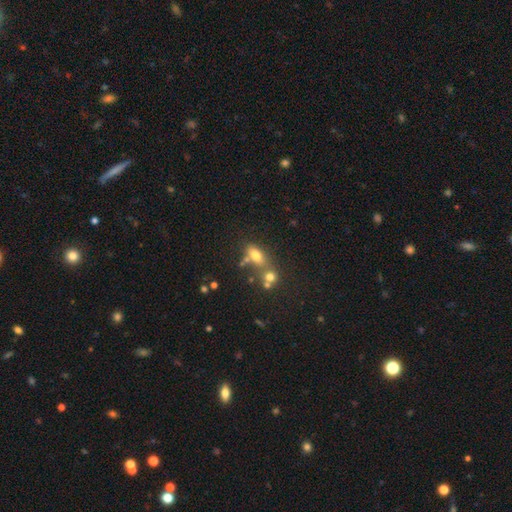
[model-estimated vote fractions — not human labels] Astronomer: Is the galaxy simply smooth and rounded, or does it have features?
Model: smooth — 66%.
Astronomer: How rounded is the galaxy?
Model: in between — 72%.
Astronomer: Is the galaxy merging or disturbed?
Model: none — 42% (runner-up: merger, 38%).